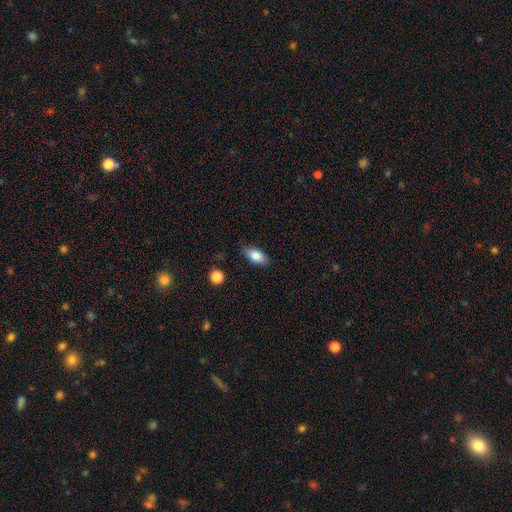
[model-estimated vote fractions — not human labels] This appears to be a smooth galaxy with no disk features (84%) that is in between round and cigar-shaped (89%). Merging: none (83%).